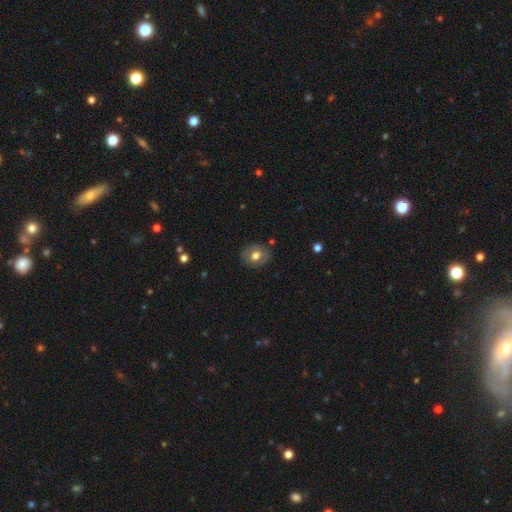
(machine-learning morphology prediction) Smooth or featured?
  - smooth: 65% *
  - featured or disk: 27%
  - star or artifact: 8%
How rounded?
  - round: 60% *
  - in between: 39%
  - cigar-shaped: 1%
Merging?
  - none: 84% *
  - minor disturbance: 12%
  - major disturbance: 3%
  - merger: 2%